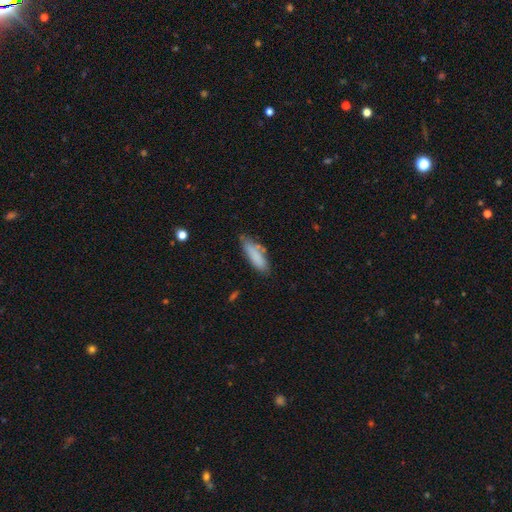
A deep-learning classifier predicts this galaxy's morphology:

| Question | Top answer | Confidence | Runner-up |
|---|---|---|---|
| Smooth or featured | smooth | 82% | featured or disk (11%) |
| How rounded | cigar-shaped | 53% | in between (45%) |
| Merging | none | 66% | minor disturbance (24%) |